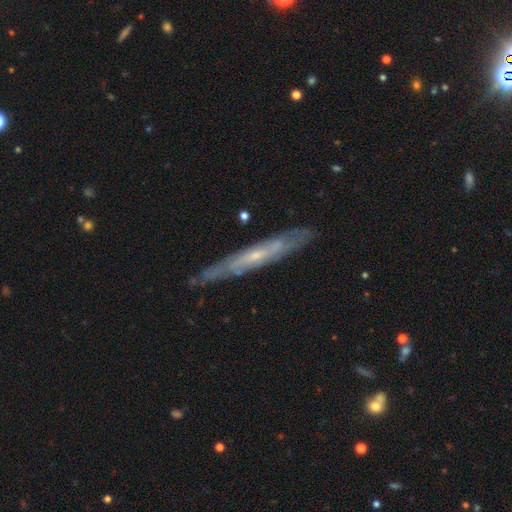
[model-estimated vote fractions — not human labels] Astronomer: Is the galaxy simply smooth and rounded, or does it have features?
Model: featured or disk — 71%.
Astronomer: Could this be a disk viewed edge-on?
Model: yes — 71%.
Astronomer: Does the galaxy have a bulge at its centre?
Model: none — 59% (runner-up: rounded, 37%).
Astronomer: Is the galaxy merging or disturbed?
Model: none — 80%.